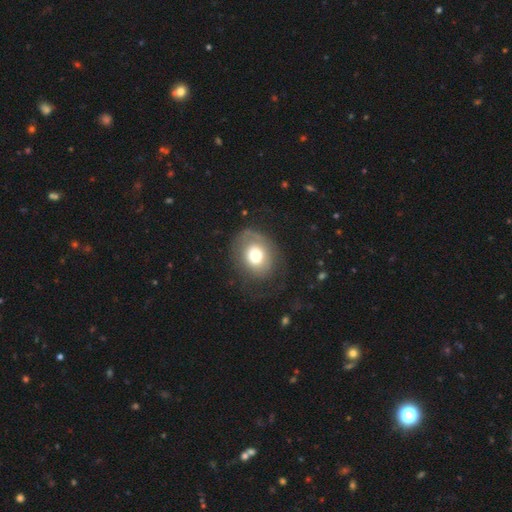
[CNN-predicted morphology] type=smooth (62%); roundness=round (56%); merging=none (61%).